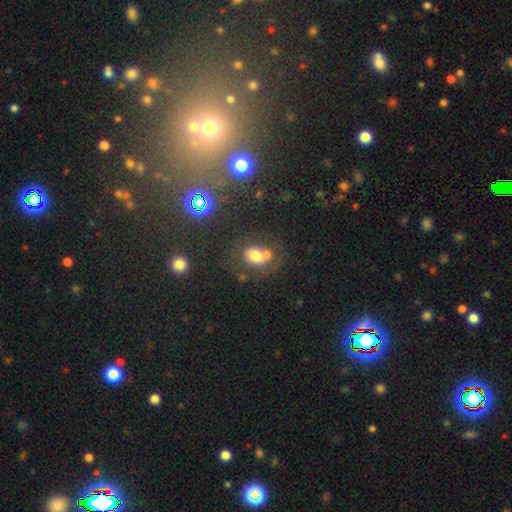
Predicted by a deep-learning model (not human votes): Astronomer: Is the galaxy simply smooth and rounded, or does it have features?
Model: smooth — 64%.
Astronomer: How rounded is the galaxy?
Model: in between — 57% (runner-up: round, 42%).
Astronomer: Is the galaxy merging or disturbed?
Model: none — 44% (runner-up: merger, 29%).